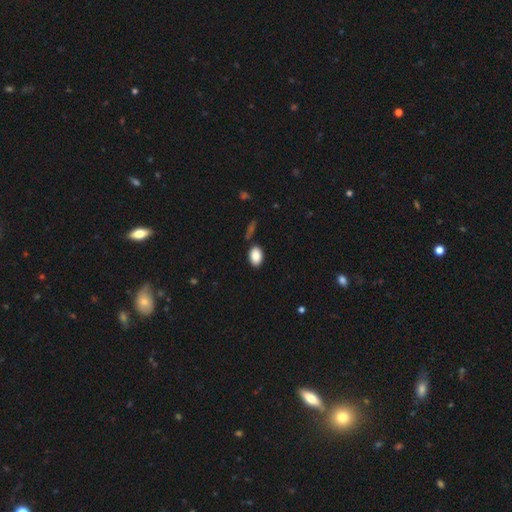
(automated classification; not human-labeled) Overall: smooth (87%). How rounded: in between (88%). Merging: none (83%).